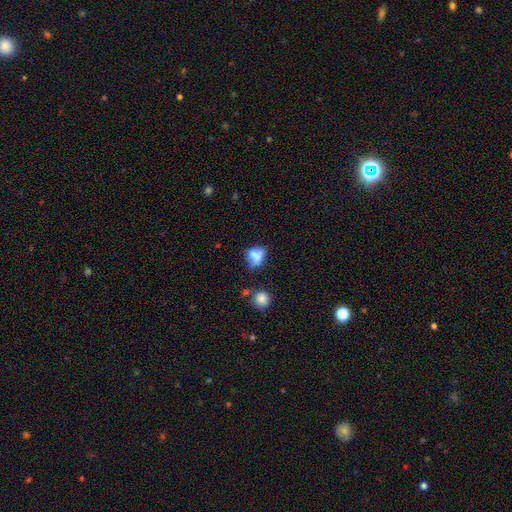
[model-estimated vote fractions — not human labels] This appears to be a smooth galaxy with no disk features (66%) that is in between round and cigar-shaped (61%). Merging: none (43%).